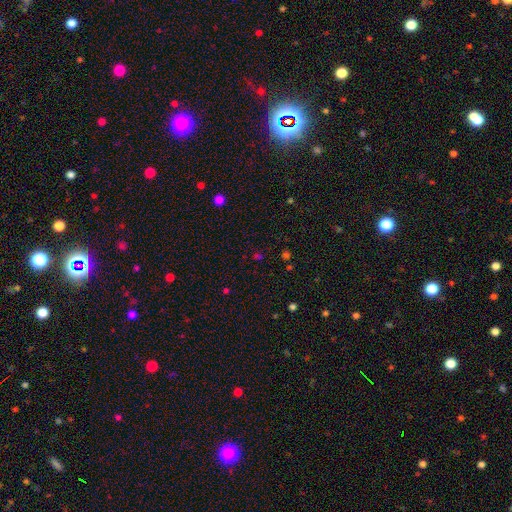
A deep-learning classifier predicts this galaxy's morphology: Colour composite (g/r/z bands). It shows a star or artifact, not a galaxy (52%).